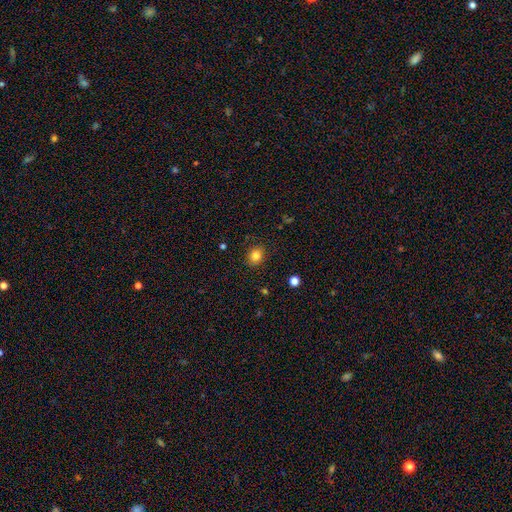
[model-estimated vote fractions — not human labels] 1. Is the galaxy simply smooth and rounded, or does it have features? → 83% smooth, 11% star or artifact, 6% featured or disk.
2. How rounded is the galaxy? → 69% round, 30% in between, 1% cigar-shaped.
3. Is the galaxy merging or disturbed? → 88% none, 9% minor disturbance, 2% major disturbance, 1% merger.